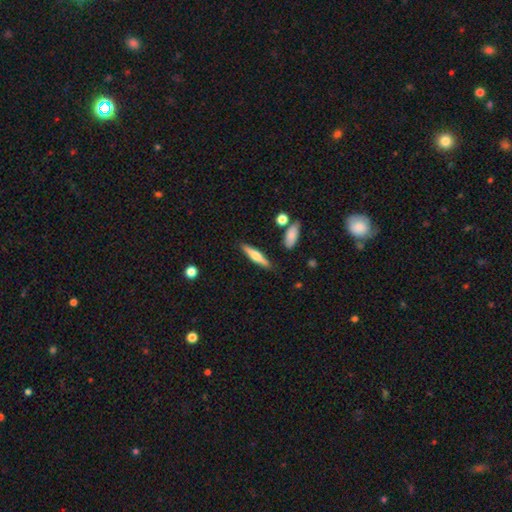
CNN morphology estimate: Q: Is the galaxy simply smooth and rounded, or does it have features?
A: smooth — 48%.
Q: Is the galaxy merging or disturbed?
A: none — 84%.